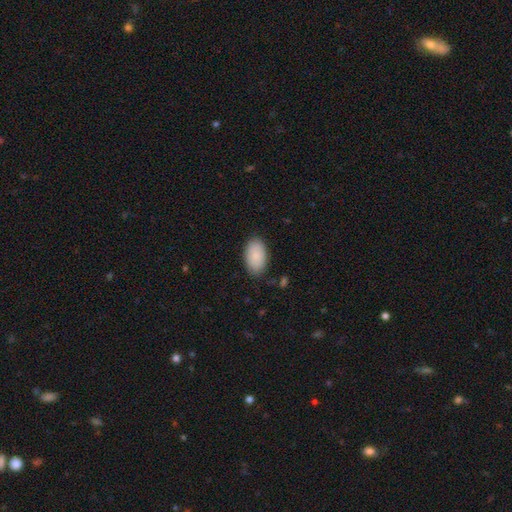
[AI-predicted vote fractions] Smooth or featured: smooth — 86% (featured or disk — 7%)
How rounded: in between — 94% (round — 5%)
Merging: none — 83% (minor disturbance — 13%)